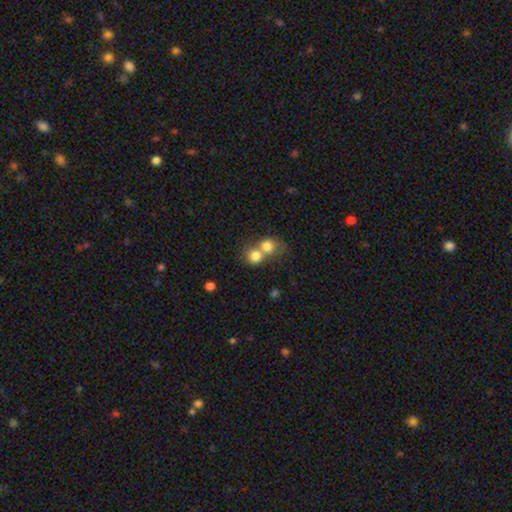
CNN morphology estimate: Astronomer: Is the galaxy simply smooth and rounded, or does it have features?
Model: smooth — 78%.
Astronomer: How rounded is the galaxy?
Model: round — 81%.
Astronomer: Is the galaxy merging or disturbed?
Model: merger — 63%.